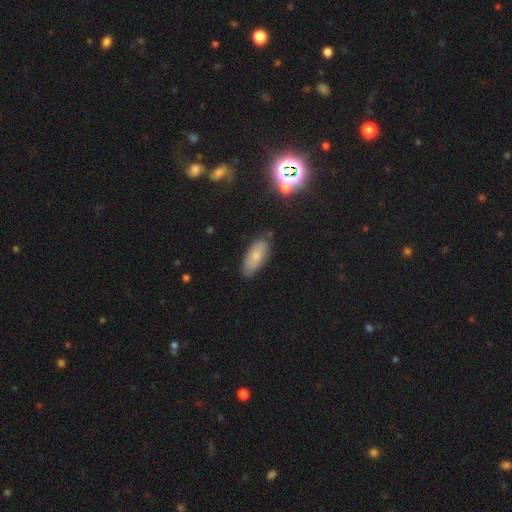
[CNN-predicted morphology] smooth_or_featured: smooth (p=0.74) [alt: featured or disk p=0.17]
how_rounded: in between (p=0.81) [alt: cigar-shaped p=0.17]
merging: none (p=0.81) [alt: minor disturbance p=0.15]